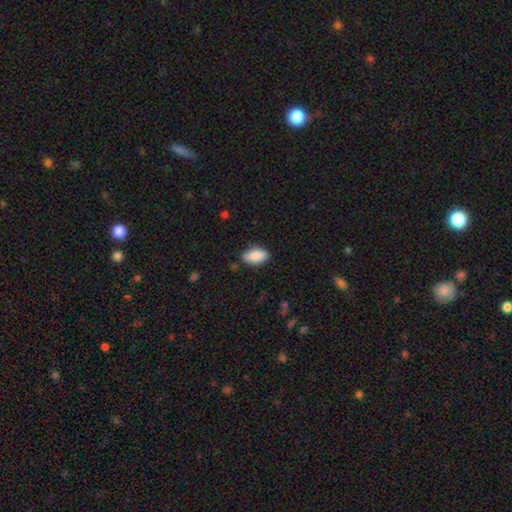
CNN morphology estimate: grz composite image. It shows a smooth galaxy with no disk features (87%) that is in between round and cigar-shaped (91%). Merging: none (78%).